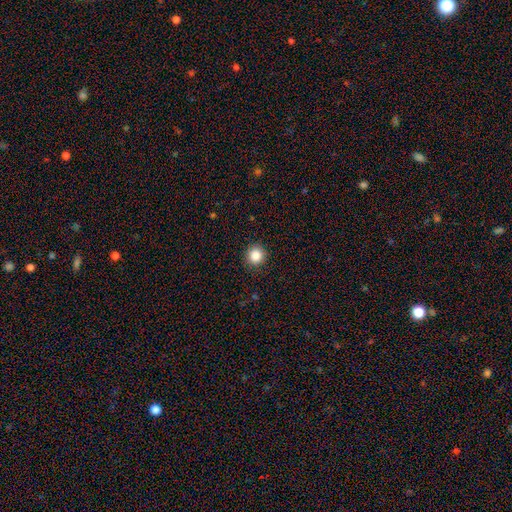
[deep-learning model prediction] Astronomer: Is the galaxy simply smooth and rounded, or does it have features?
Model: smooth — 86%.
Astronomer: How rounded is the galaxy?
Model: round — 94%.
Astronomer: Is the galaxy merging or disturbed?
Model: none — 91%.